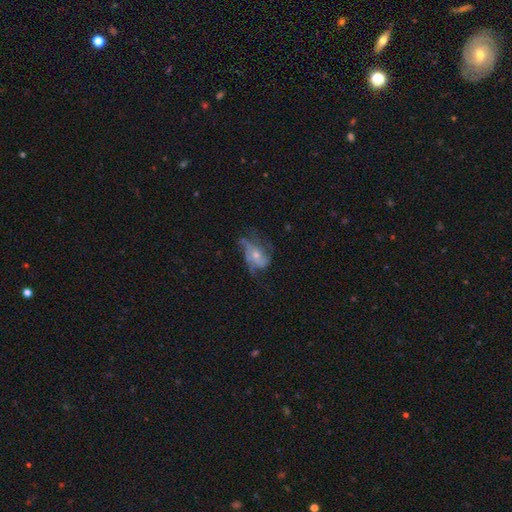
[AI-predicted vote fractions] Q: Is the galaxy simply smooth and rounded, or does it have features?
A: featured or disk — 71%.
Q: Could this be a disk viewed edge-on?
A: no — 96%.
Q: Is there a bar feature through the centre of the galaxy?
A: no — 76%.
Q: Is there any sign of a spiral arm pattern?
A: yes — 82%.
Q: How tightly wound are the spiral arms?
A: medium — 41%.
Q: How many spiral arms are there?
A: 3 — 35%.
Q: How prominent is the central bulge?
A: small — 50%.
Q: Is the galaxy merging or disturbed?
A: none — 44%.